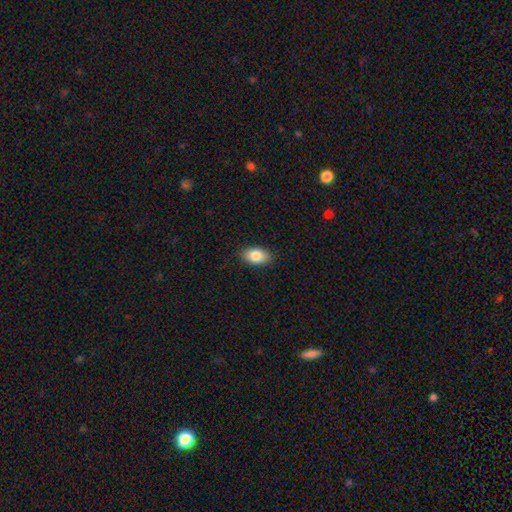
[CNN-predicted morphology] This appears to be a smooth galaxy with no disk features (84%) that is in between round and cigar-shaped (91%). Merging: none (88%).